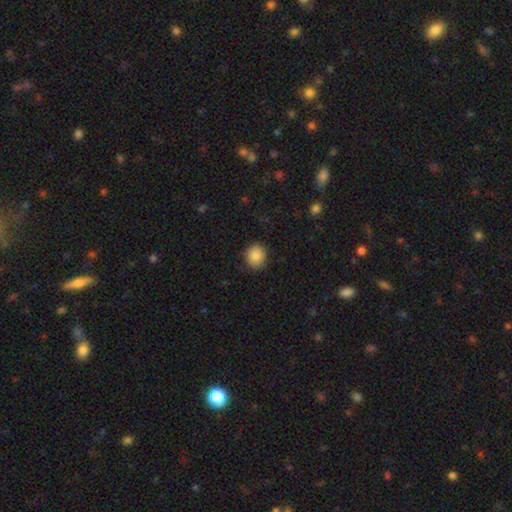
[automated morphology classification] Smooth or featured? smooth (86%)
How rounded? round (82%)
Merging? none (86%)